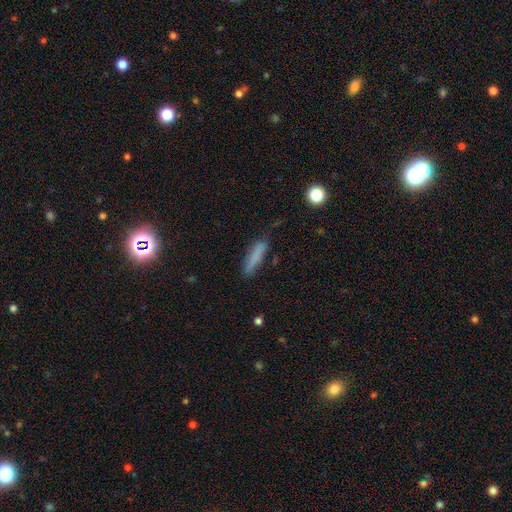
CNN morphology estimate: A smooth galaxy with no disk features (77%) that is cigar-shaped (83%).

Vote fractions:
- Smooth or featured? smooth: 77% / featured or disk: 14% / star or artifact: 9%
- How rounded? cigar-shaped: 83% / in between: 15% / round: 2%
- Merging? none: 74% / minor disturbance: 19% / major disturbance: 5% / merger: 2%